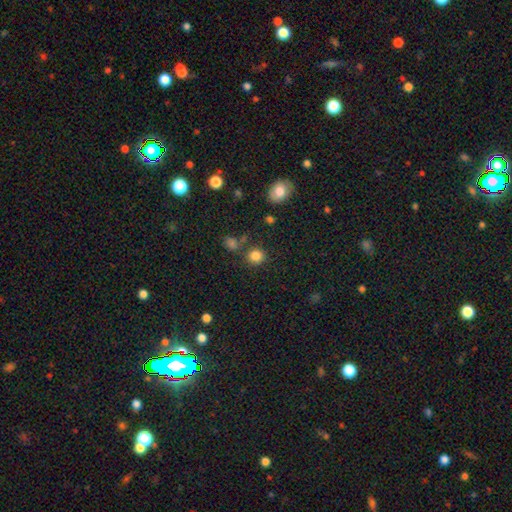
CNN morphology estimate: A smooth galaxy with no disk features (83%) that is round (87%). Merging: none (80%).